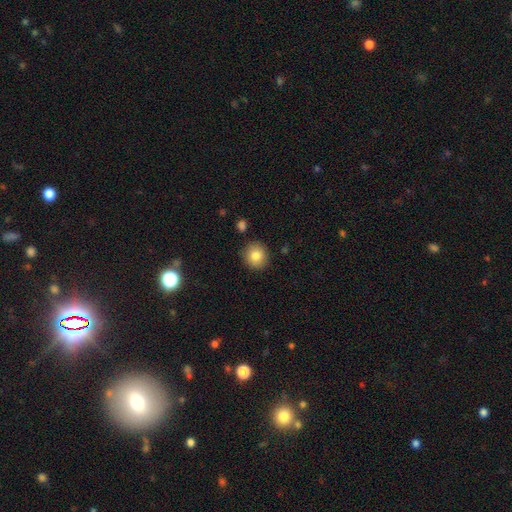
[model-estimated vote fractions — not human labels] This appears to be a smooth galaxy with no disk features (83%) that is round (87%). Merging: none (88%).